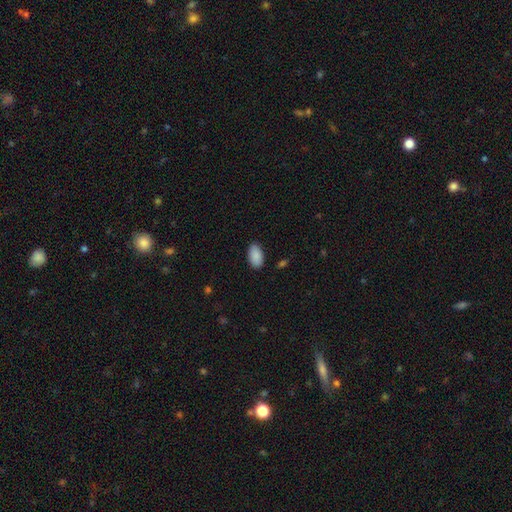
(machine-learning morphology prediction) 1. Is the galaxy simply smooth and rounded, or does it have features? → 90% smooth, 7% star or artifact, 4% featured or disk.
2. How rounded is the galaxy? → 95% in between, 3% round, 2% cigar-shaped.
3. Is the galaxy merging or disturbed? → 86% none, 10% minor disturbance, 2% major disturbance, 1% merger.